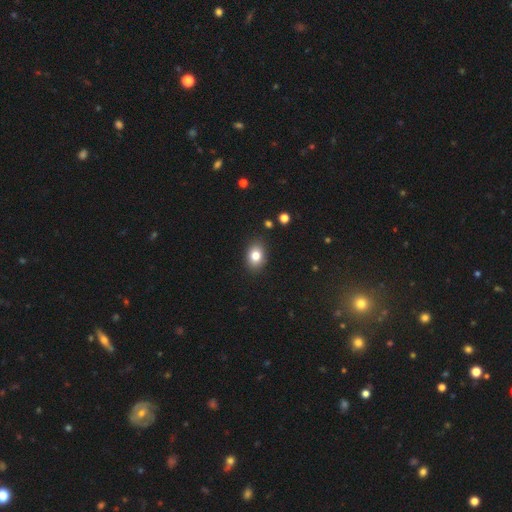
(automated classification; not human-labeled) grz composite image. It shows a smooth galaxy with no disk features (81%) that is in between round and cigar-shaped (71%). Merging: none (87%).